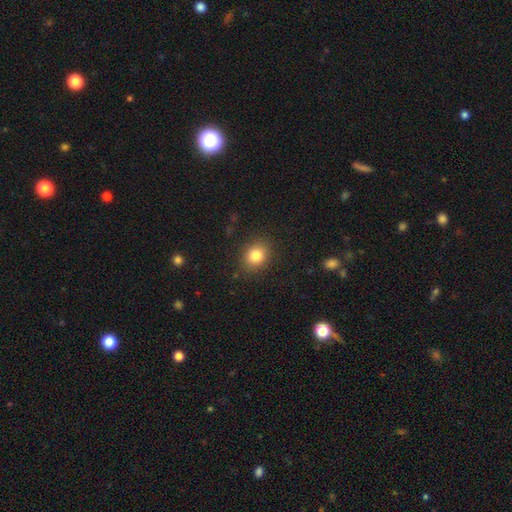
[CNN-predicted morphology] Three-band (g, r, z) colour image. It shows a smooth galaxy with no disk features (82%) that is round (65%). Merging: none (87%).